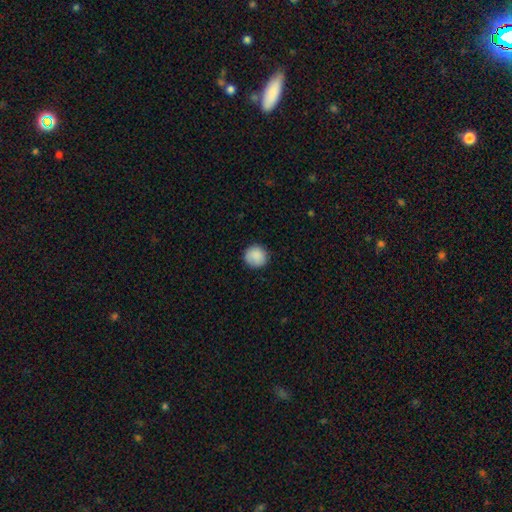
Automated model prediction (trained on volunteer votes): This is clearly a smooth galaxy (89%). How rounded: clearly round (93%). Merging: clearly none (88%).